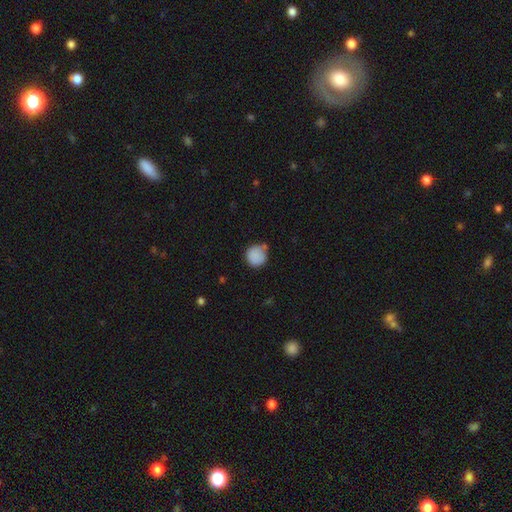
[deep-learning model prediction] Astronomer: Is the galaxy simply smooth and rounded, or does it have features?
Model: smooth — 87%.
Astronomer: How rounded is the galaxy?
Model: round — 92%.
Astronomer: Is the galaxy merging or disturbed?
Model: none — 68%.